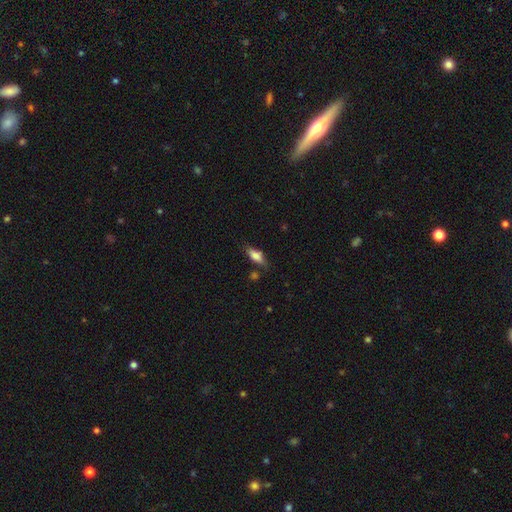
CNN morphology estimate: Q: Smooth or featured?
A: smooth (72%); runner-up: featured or disk (21%)
Q: How rounded?
A: in between (68%); runner-up: cigar-shaped (29%)
Q: Merging?
A: none (70%); runner-up: minor disturbance (21%)